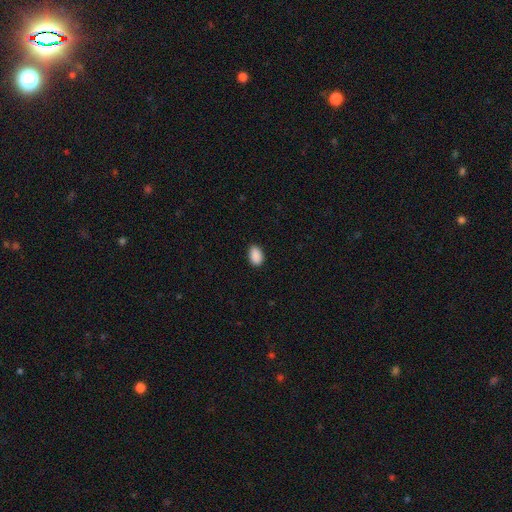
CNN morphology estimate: Smooth or featured?
  - smooth: 90% *
  - star or artifact: 7%
  - featured or disk: 2%
How rounded?
  - in between: 89% *
  - round: 10%
  - cigar-shaped: 1%
Merging?
  - none: 87% *
  - minor disturbance: 10%
  - major disturbance: 2%
  - merger: 1%